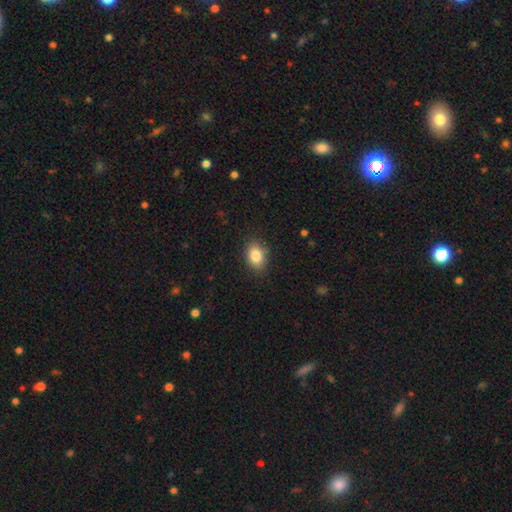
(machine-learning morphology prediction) Smooth or featured?
  - smooth: 84% *
  - star or artifact: 9%
  - featured or disk: 7%
How rounded?
  - in between: 78% *
  - round: 21%
  - cigar-shaped: 1%
Merging?
  - none: 84% *
  - minor disturbance: 12%
  - major disturbance: 3%
  - merger: 1%